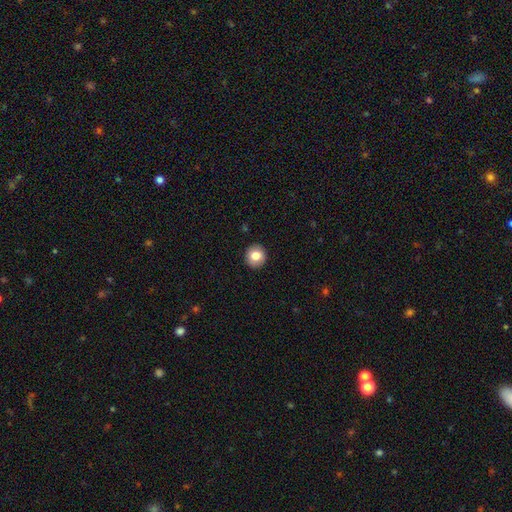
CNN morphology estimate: smooth 81%, featured or disk 11%, star or artifact 8%. Down the decision tree: how rounded — round (90%); merging — none (92%).